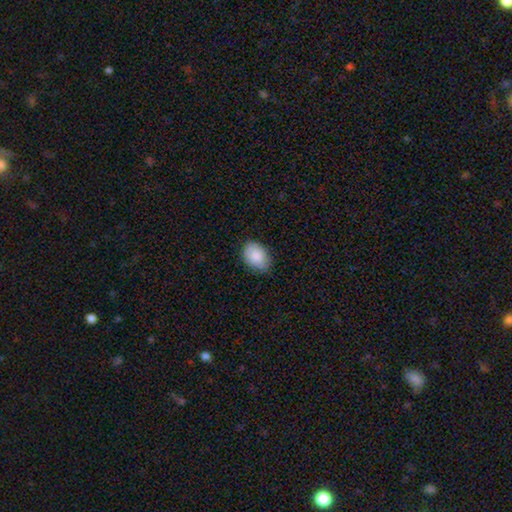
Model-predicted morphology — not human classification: The model was most divided on "how rounded": in between: 80%, round: 19%, cigar-shaped: 1%. More confident: smooth or featured — smooth (87%); merging — none (83%).